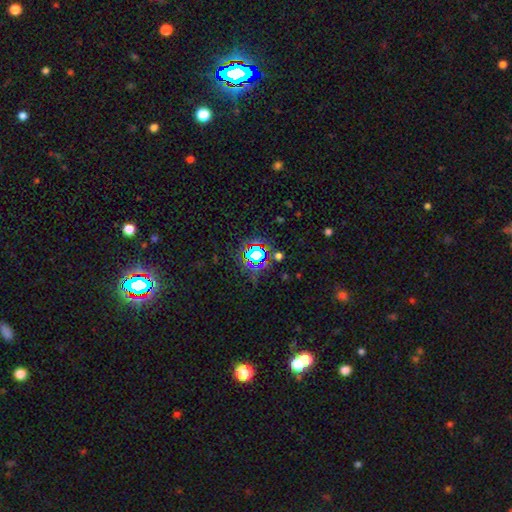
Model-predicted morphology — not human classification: This is likely a star or artifact rather than a galaxy (69%).